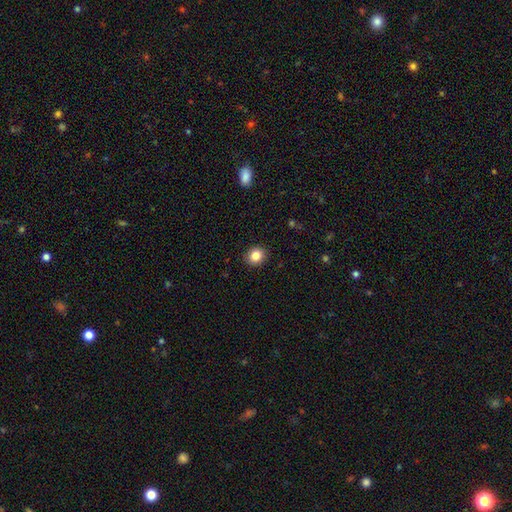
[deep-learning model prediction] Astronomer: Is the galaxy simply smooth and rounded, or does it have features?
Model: smooth — 84%.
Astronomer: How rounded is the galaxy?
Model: round — 77%.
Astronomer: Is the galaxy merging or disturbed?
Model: none — 91%.